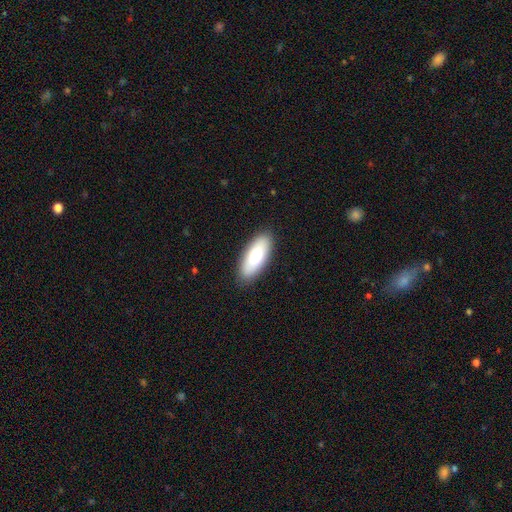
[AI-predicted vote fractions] A smooth galaxy with no disk features (75%) that is in between round and cigar-shaped (79%). Merging: none (88%).